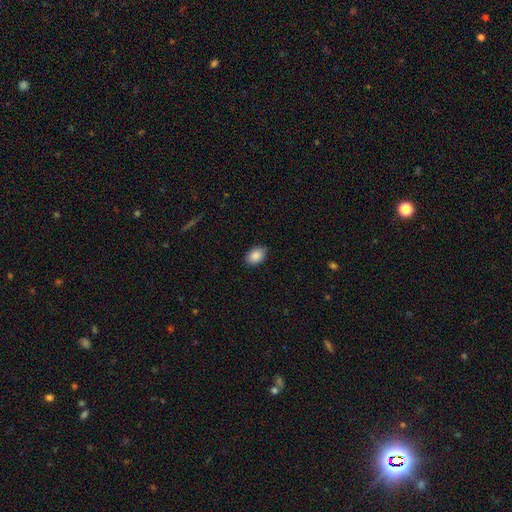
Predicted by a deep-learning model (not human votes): smooth-or-featured: smooth: 89% | star or artifact: 7% | featured or disk: 4%
  how-rounded: in between: 83% | round: 16% | cigar-shaped: 1%
  merging: none: 87% | minor disturbance: 10% | major disturbance: 2% | merger: 1%